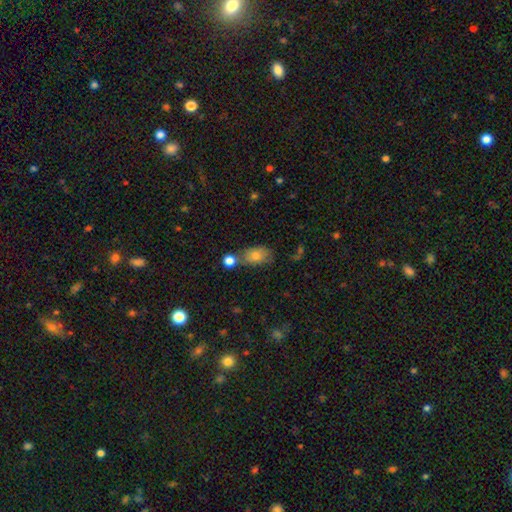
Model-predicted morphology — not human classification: type=smooth (76%); roundness=in between (80%); merging=none (56%).